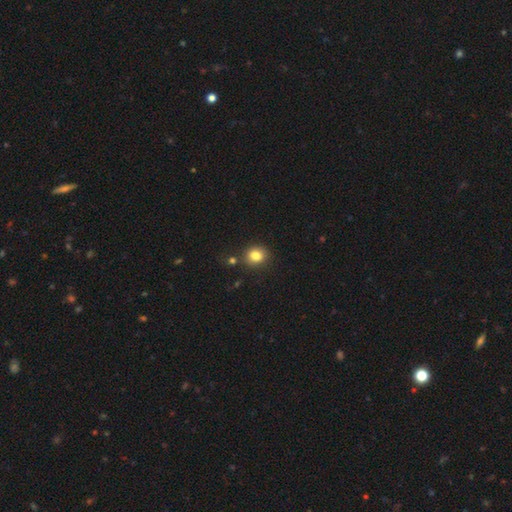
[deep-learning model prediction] Morphology: type=smooth (83%); roundness=round (69%); merging=none (80%).